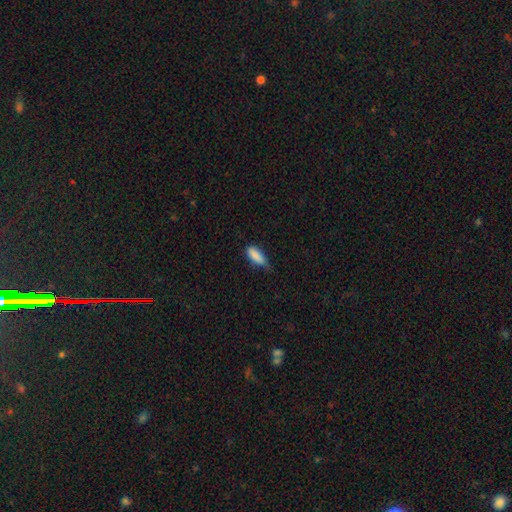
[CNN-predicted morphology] A smooth galaxy with no disk features (87%) that is in between round and cigar-shaped (69%).

Vote fractions:
- Smooth or featured? smooth: 87% / star or artifact: 7% / featured or disk: 6%
- How rounded? in between: 69% / cigar-shaped: 29% / round: 2%
- Merging? none: 47% / minor disturbance: 44% / major disturbance: 8% / merger: 2%